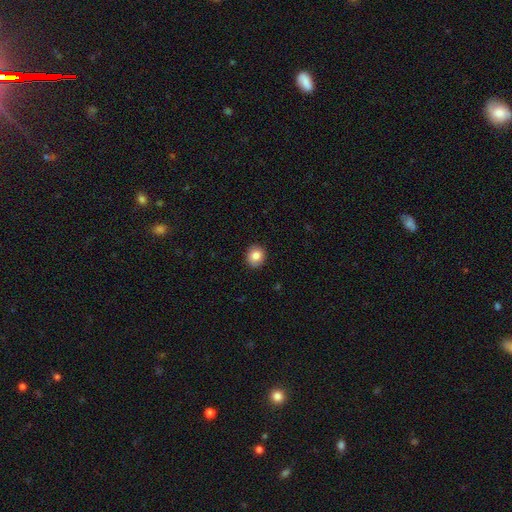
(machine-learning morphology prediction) smooth_or_featured: smooth (p=0.84) [alt: star or artifact p=0.09]
how_rounded: round (p=0.84) [alt: in between p=0.15]
merging: none (p=0.91) [alt: minor disturbance p=0.06]